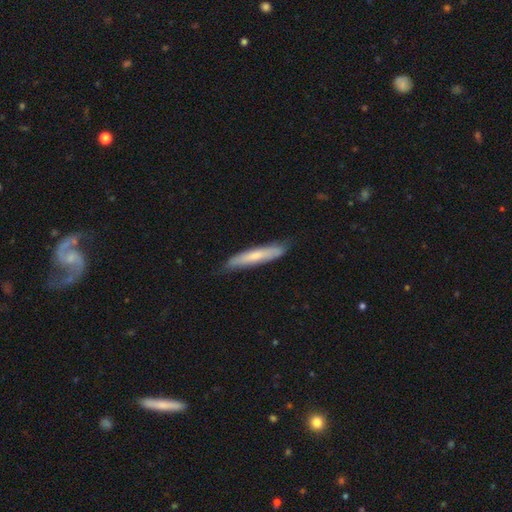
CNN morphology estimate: Smooth or featured: smooth — 62% (featured or disk — 33%)
How rounded: cigar-shaped — 90% (in between — 8%)
Merging: none — 80% (minor disturbance — 16%)